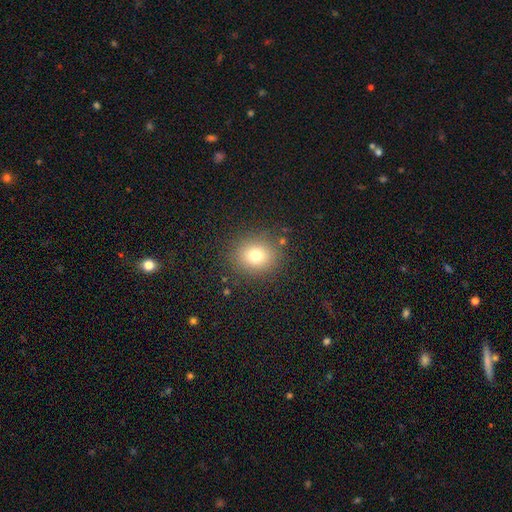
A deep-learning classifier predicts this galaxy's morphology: smooth-or-featured: smooth: 75% | star or artifact: 14% | featured or disk: 10%
  how-rounded: round: 78% | in between: 21% | cigar-shaped: 1%
  merging: none: 86% | minor disturbance: 8% | major disturbance: 4% | merger: 2%